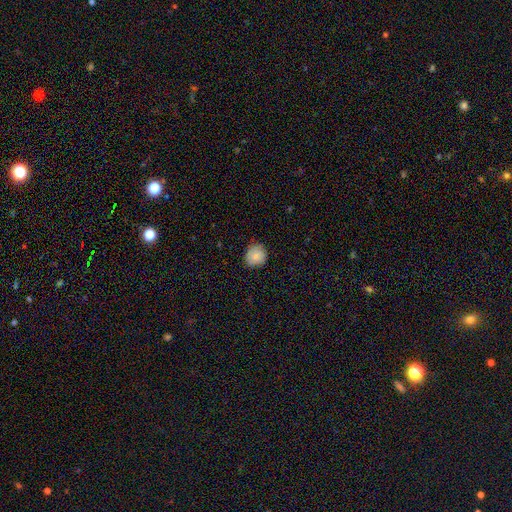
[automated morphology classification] smooth_or_featured: smooth (p=0.83) [alt: featured or disk p=0.09]
how_rounded: round (p=0.84) [alt: in between p=0.15]
merging: none (p=0.79) [alt: minor disturbance p=0.17]